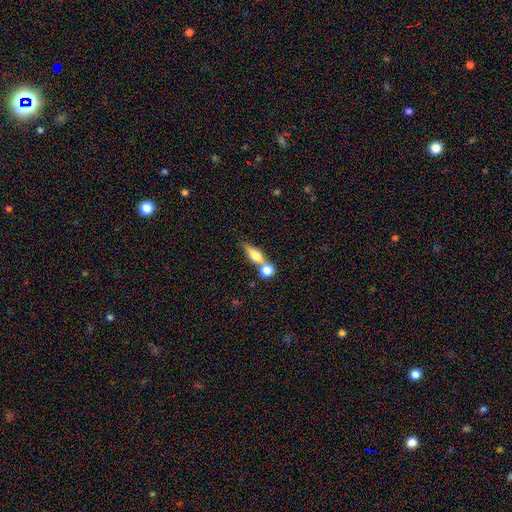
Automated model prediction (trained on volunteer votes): Morphology: type=smooth (61%); roundness=in between (51%); merging=merger (54%).